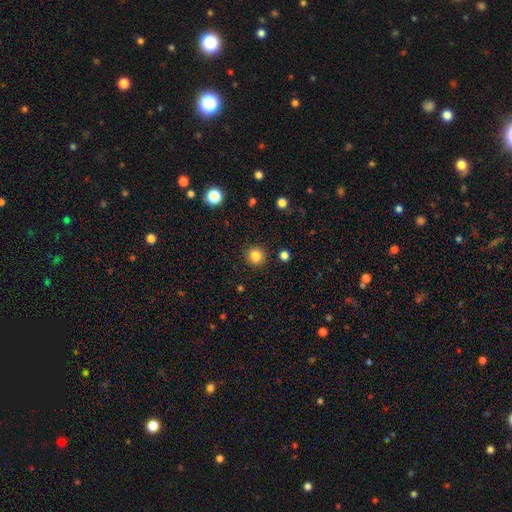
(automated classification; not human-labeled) smooth-or-featured: smooth: 84% | star or artifact: 11% | featured or disk: 4%
  how-rounded: round: 93% | in between: 6% | cigar-shaped: 1%
  merging: none: 90% | minor disturbance: 6% | major disturbance: 2% | merger: 2%